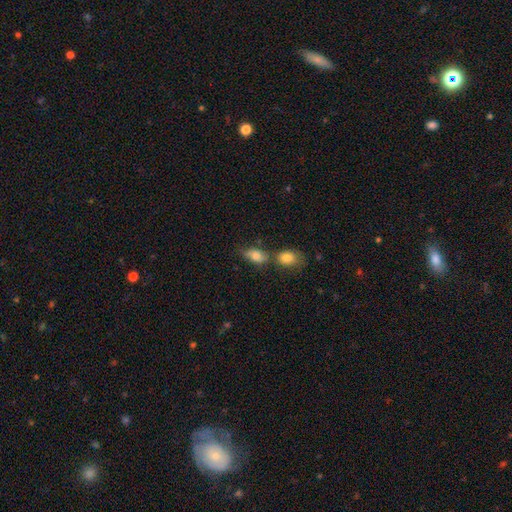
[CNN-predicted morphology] Q: Smooth or featured?
A: smooth (79%); runner-up: featured or disk (12%)
Q: How rounded?
A: in between (83%); runner-up: round (11%)
Q: Merging?
A: none (44%); runner-up: merger (31%)